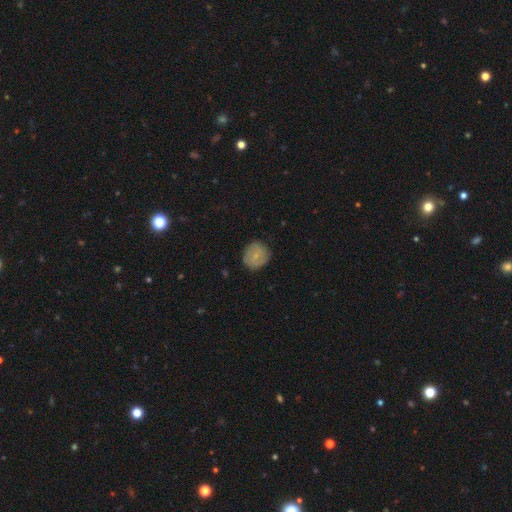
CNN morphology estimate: smooth 57%, featured or disk 35%, star or artifact 8%. Down the decision tree: how rounded — round (87%); merging — none (81%).